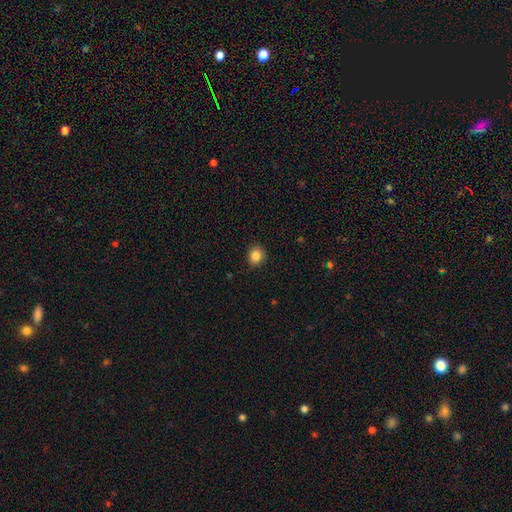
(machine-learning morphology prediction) smooth 85%, star or artifact 10%, featured or disk 5%. Down the decision tree: how rounded — round (70%); merging — none (89%).